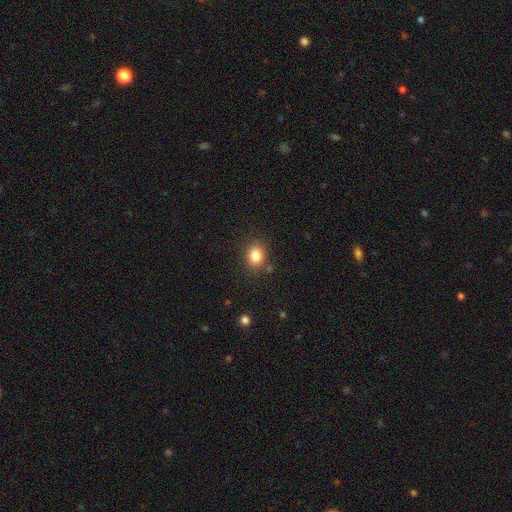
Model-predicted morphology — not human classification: This is clearly a smooth galaxy (83%). How rounded: likely round (62%). Merging: clearly none (84%).